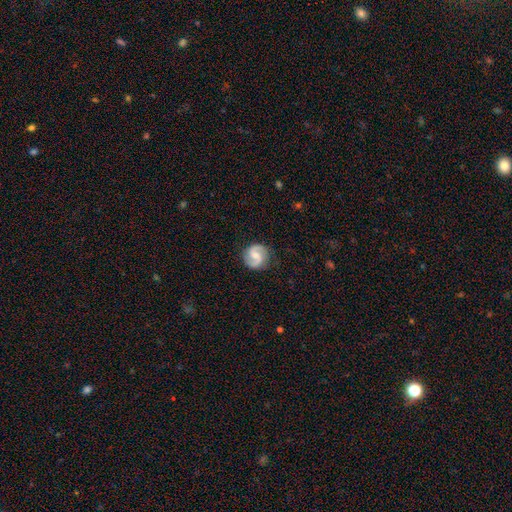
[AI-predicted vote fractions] smooth_or_featured: featured or disk (p=0.83) [alt: smooth p=0.12]
disk_edge_on: no (p=0.98) [alt: yes p=0.02]
bar: weak (p=0.52) [alt: no p=0.33]
has_spiral_arms: yes (p=0.97) [alt: no p=0.03]
spiral_winding: medium (p=0.54) [alt: loose p=0.26]
spiral_arm_count: 2 (p=0.93) [alt: can't tell p=0.02]
bulge_size: moderate (p=0.45) [alt: small p=0.42]
merging: none (p=0.86) [alt: minor disturbance p=0.10]